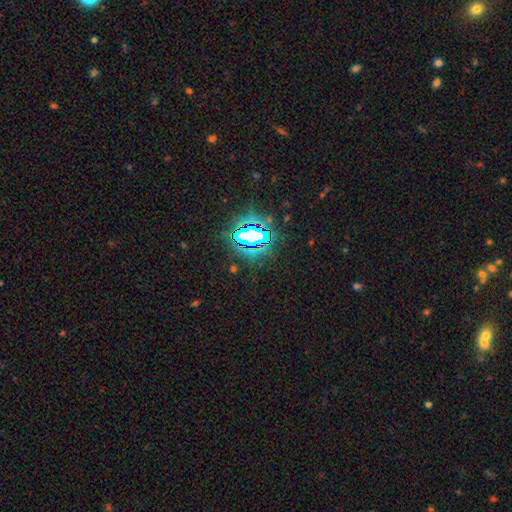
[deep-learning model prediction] This appears to be a star or artifact, not a galaxy (80%).